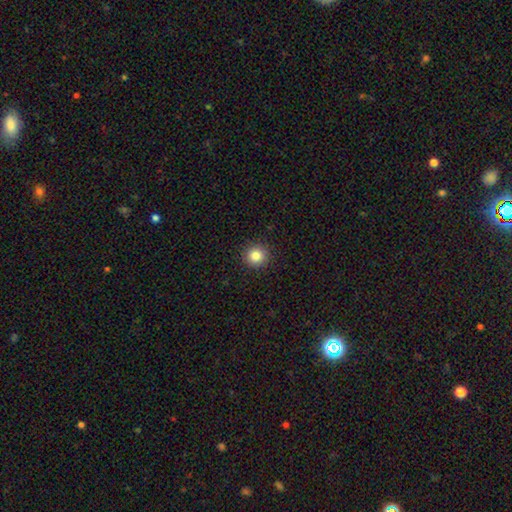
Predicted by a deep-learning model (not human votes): Smooth or featured?
  - smooth: 84% *
  - star or artifact: 11%
  - featured or disk: 5%
How rounded?
  - round: 93% *
  - in between: 6%
  - cigar-shaped: 1%
Merging?
  - none: 92% *
  - minor disturbance: 5%
  - major disturbance: 2%
  - merger: 1%